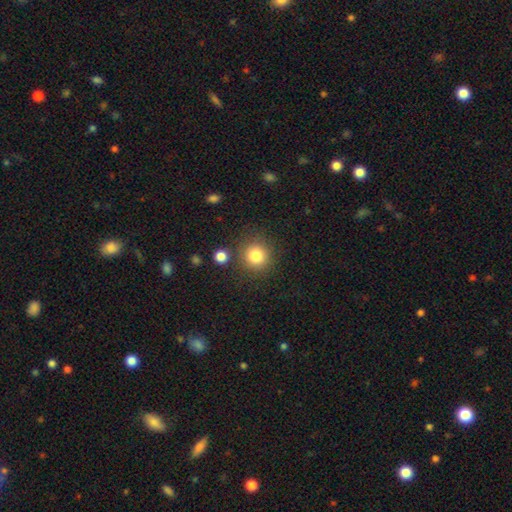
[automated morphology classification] A smooth galaxy with no disk features (83%) that is round (91%). Merging: none (83%).